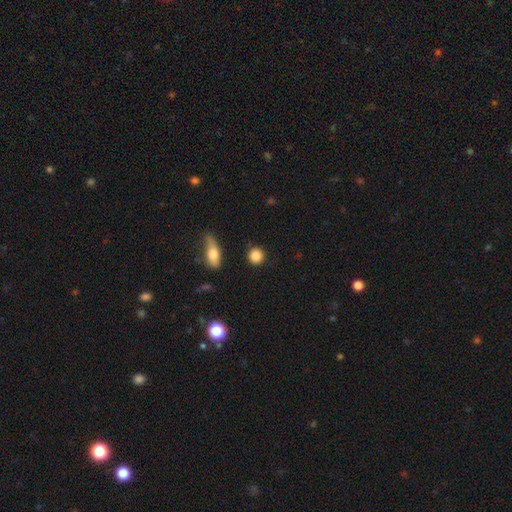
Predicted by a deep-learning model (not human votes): A smooth galaxy with no disk features (86%) that is round (91%). Merging: none (87%).